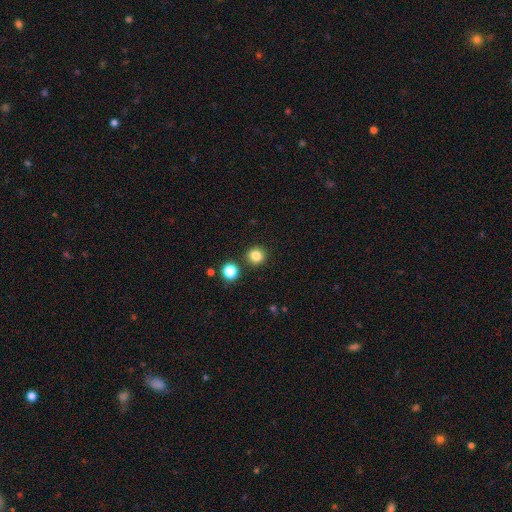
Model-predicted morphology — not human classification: Smooth or featured? Predicted: smooth (p=0.83). How rounded? Predicted: round (p=0.91). Merging? Predicted: none (p=0.88).